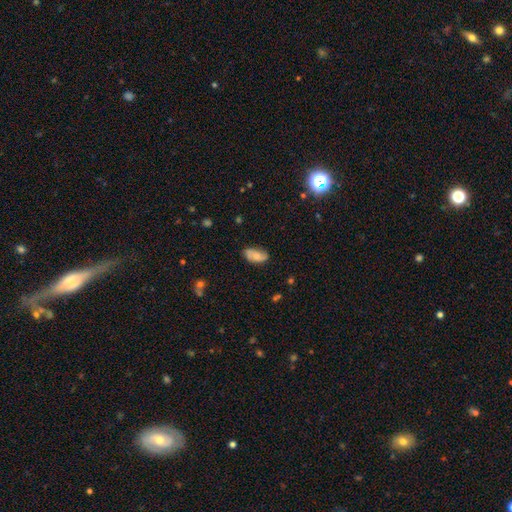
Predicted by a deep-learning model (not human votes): Smooth or featured?
  - smooth: 65% *
  - featured or disk: 27%
  - star or artifact: 8%
How rounded?
  - in between: 92% *
  - cigar-shaped: 5%
  - round: 3%
Merging?
  - none: 72% *
  - minor disturbance: 22%
  - major disturbance: 4%
  - merger: 2%